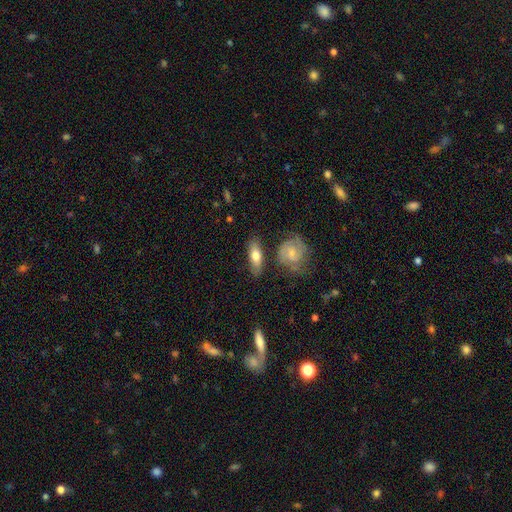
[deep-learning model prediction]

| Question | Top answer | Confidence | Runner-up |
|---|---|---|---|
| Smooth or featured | smooth | 60% | featured or disk (35%) |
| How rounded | in between | 59% | cigar-shaped (36%) |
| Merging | none | 73% | minor disturbance (15%) |